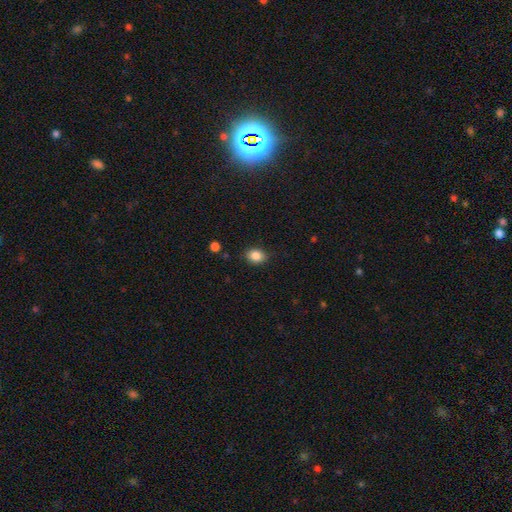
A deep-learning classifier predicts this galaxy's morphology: This appears to be a smooth galaxy with no disk features (86%) that is in between round and cigar-shaped (64%). Merging: none (85%).